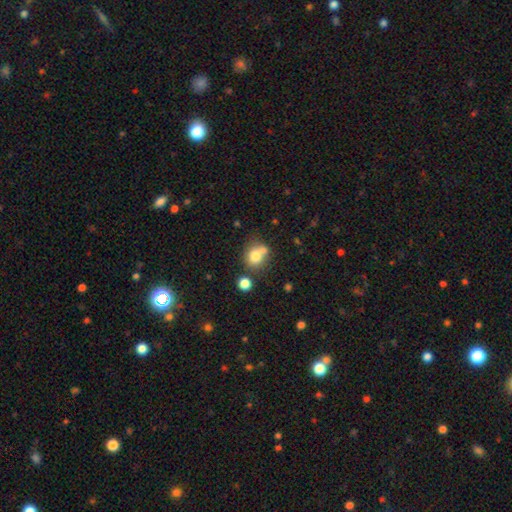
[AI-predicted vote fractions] Q: Smooth or featured?
A: smooth (75%); runner-up: featured or disk (13%)
Q: How rounded?
A: round (73%); runner-up: in between (26%)
Q: Merging?
A: none (51%); runner-up: merger (33%)